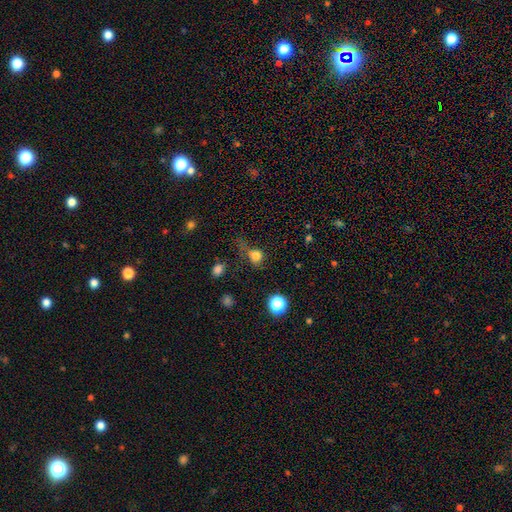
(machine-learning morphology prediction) Smooth or featured? smooth (77%)
How rounded? round (81%)
Merging? none (50%)